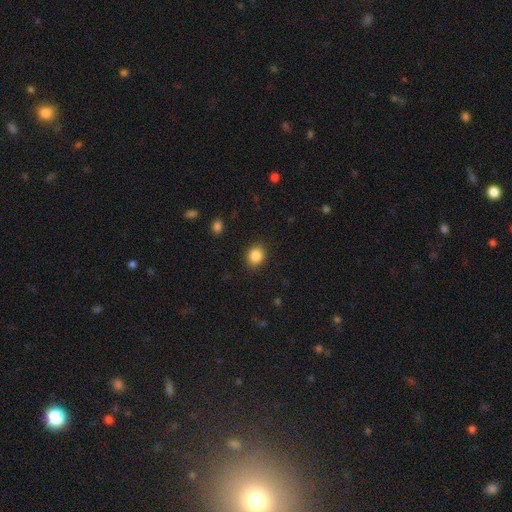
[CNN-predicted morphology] Smooth or featured? Predicted: smooth (p=0.86). How rounded? Predicted: round (p=0.62). Merging? Predicted: none (p=0.89).